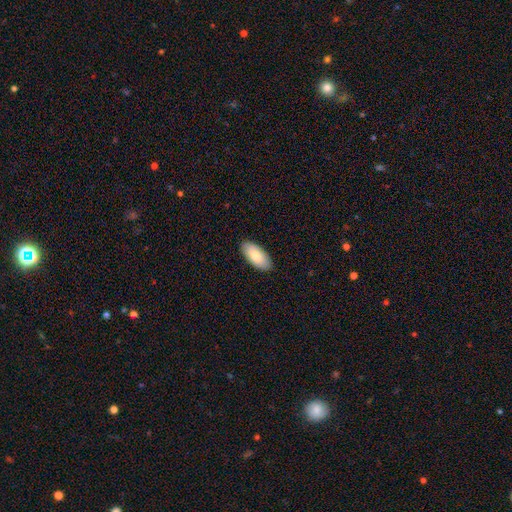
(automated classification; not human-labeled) Smooth or featured?
  - smooth: 81% *
  - featured or disk: 14%
  - star or artifact: 6%
How rounded?
  - in between: 93% *
  - cigar-shaped: 6%
  - round: 2%
Merging?
  - none: 89% *
  - minor disturbance: 9%
  - major disturbance: 2%
  - merger: 1%